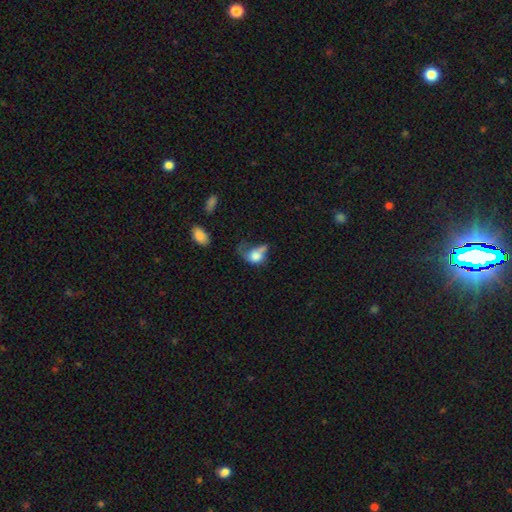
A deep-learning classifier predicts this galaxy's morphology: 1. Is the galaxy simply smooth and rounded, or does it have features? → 63% smooth, 26% featured or disk, 11% star or artifact.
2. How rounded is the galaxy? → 65% in between, 33% round, 2% cigar-shaped.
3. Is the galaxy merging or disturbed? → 44% major disturbance, 20% merger, 18% minor disturbance, 17% none.